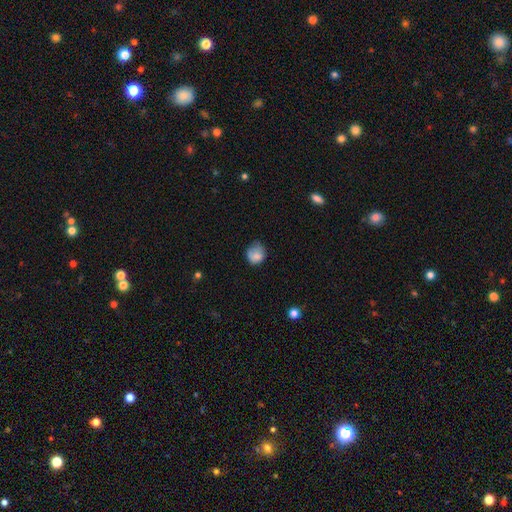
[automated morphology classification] Overall: smooth (78%). How rounded: round (67%; in between 32%). Merging: none (46%; minor disturbance 36%).